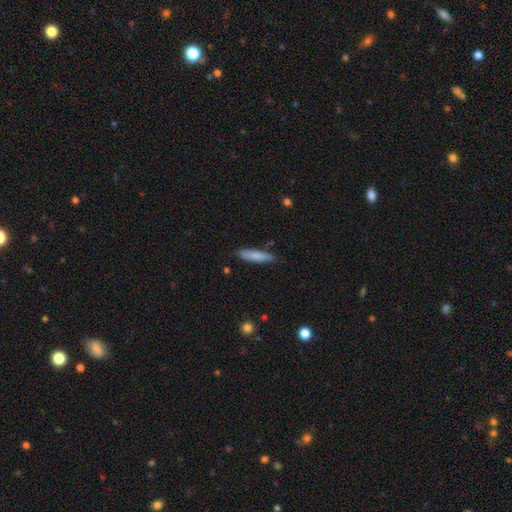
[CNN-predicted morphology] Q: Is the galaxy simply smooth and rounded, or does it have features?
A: smooth — 79%.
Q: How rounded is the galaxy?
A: cigar-shaped — 80%.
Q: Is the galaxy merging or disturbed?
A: none — 82%.